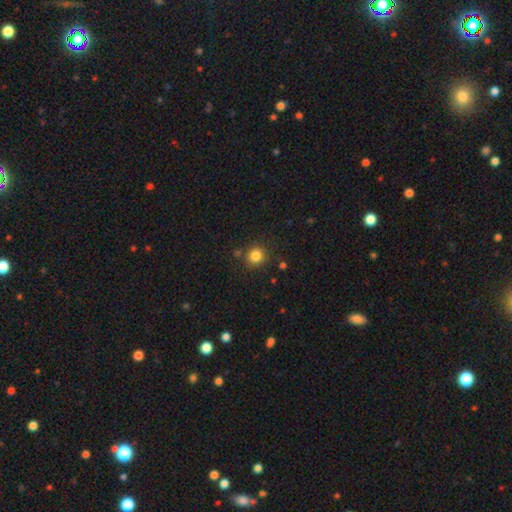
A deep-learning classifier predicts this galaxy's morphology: Smooth or featured: smooth — 83% (star or artifact — 12%)
How rounded: round — 89% (in between — 10%)
Merging: none — 82% (minor disturbance — 10%)